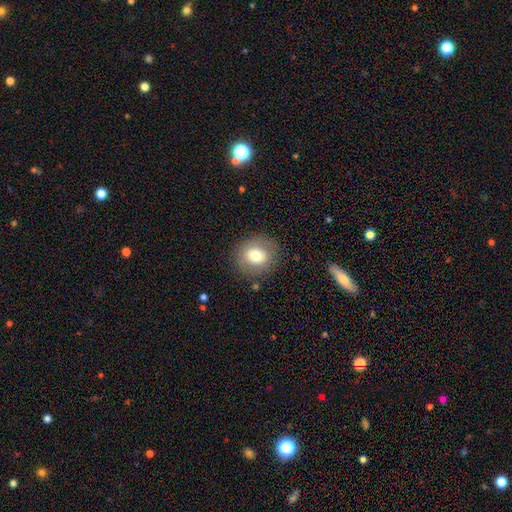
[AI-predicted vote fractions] Morphology: type=smooth (72%); roundness=round (82%); merging=none (85%).